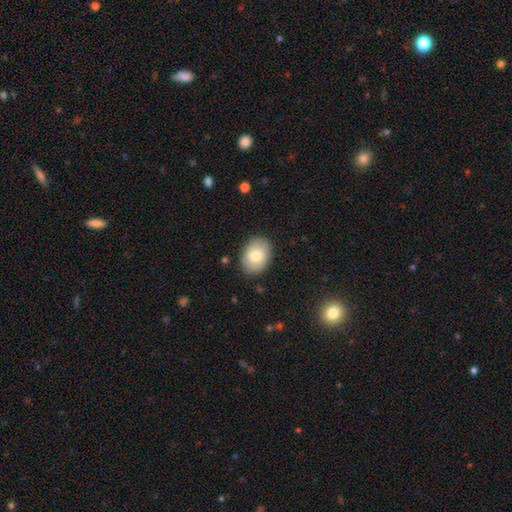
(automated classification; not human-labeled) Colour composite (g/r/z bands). It shows a smooth galaxy with no disk features (78%) that is in between round and cigar-shaped (75%). Merging: none (86%).